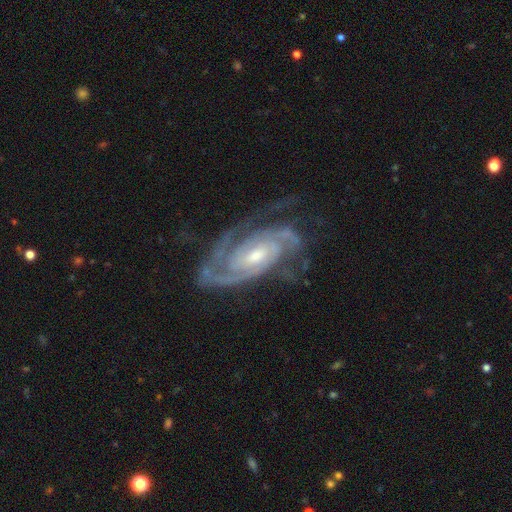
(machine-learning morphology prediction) featured or disk 93%, star or artifact 4%, smooth 3%. Down the decision tree: edge-on disk — no (96%); bar — no (45%); spiral arms — yes (98%); spiral arm count — 2 (50%); spiral winding — tight (66%); bulge size — moderate (55%); merging — none (70%).